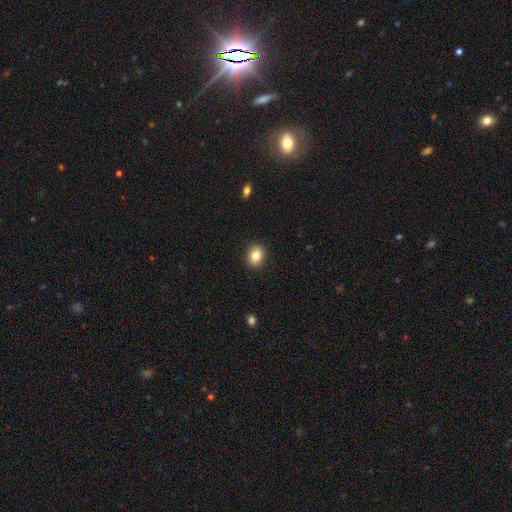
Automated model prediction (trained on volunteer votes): A smooth galaxy with no disk features (84%) that is round (54%).

Vote fractions:
- Smooth or featured? smooth: 84% / star or artifact: 9% / featured or disk: 7%
- How rounded? round: 54% / in between: 44% / cigar-shaped: 1%
- Merging? none: 90% / minor disturbance: 7% / major disturbance: 2% / merger: 1%